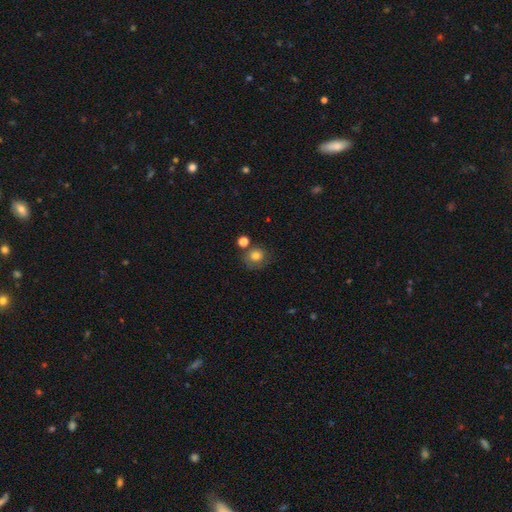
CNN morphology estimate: smooth 76%, featured or disk 13%, star or artifact 11%. Down the decision tree: how rounded — round (81%); merging — none (64%).